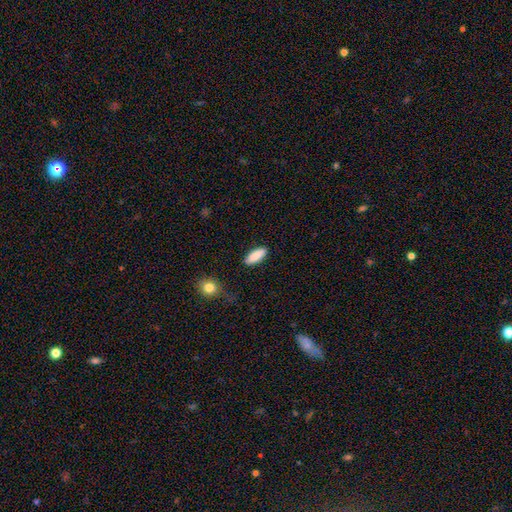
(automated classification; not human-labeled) A smooth galaxy with no disk features (87%) that is in between round and cigar-shaped (70%). Merging: none (86%).